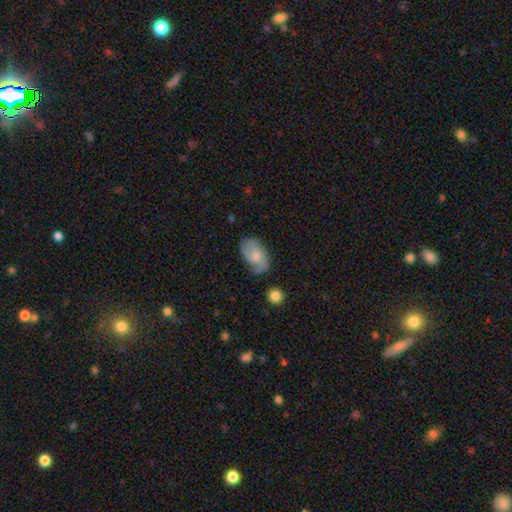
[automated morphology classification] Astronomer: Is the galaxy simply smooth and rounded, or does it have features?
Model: featured or disk — 51% (runner-up: smooth, 42%).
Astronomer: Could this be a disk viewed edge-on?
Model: no — 95%.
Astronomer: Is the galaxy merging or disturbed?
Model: none — 63%.